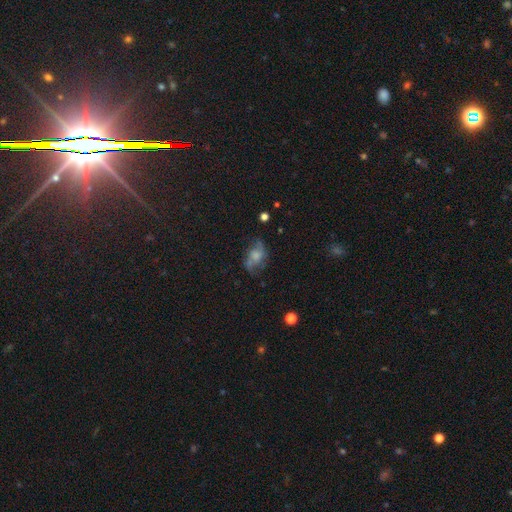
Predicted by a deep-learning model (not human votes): featured or disk 49%, smooth 39%, star or artifact 11%. Down the decision tree: merging — none (53%).